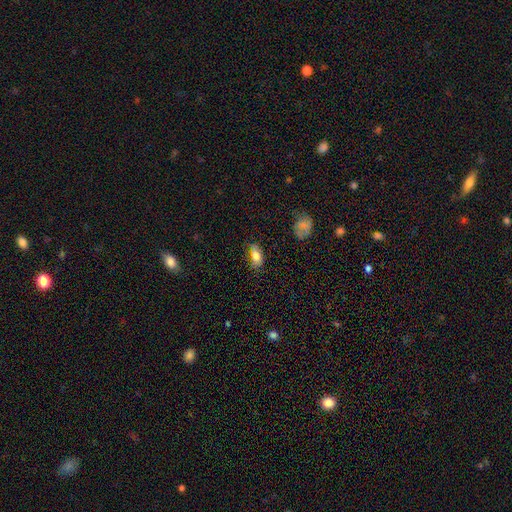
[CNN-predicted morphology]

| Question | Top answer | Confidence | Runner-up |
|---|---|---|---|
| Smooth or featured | smooth | 77% | featured or disk (15%) |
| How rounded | in between | 86% | cigar-shaped (10%) |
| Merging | none | 63% | minor disturbance (27%) |